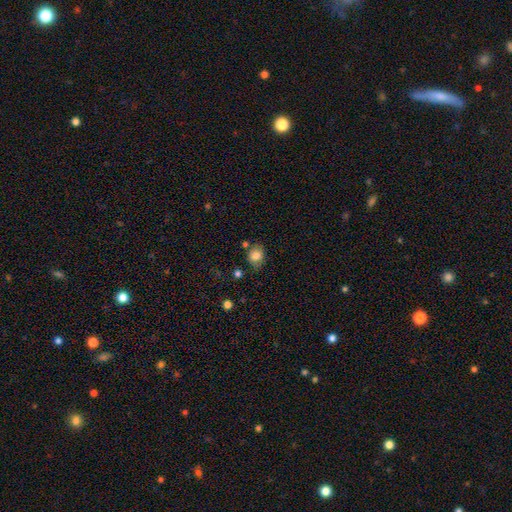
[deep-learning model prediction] A smooth galaxy with no disk features (81%) that is round (63%).

Vote fractions:
- Smooth or featured? smooth: 81% / star or artifact: 10% / featured or disk: 9%
- How rounded? round: 63% / in between: 36% / cigar-shaped: 1%
- Merging? none: 67% / minor disturbance: 20% / merger: 7% / major disturbance: 6%